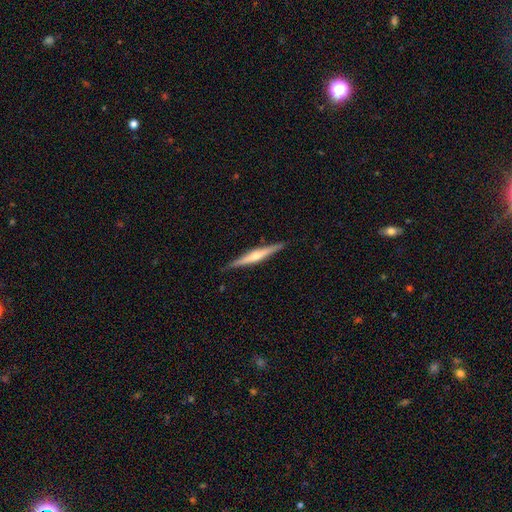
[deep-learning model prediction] Smooth or featured?
  - featured or disk: 65% *
  - smooth: 29%
  - star or artifact: 5%
Edge-on disk?
  - yes: 98% *
  - no: 2%
Edge-on bulge?
  - rounded: 73% *
  - none: 18%
  - boxy: 9%
Merging?
  - none: 89% *
  - minor disturbance: 8%
  - major disturbance: 2%
  - merger: 1%